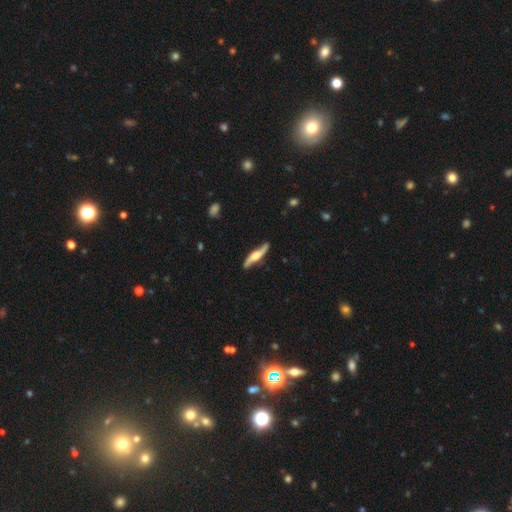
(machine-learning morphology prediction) Smooth or featured? featured or disk (75%)
Edge-on disk? yes (61%)
Merging? none (81%)